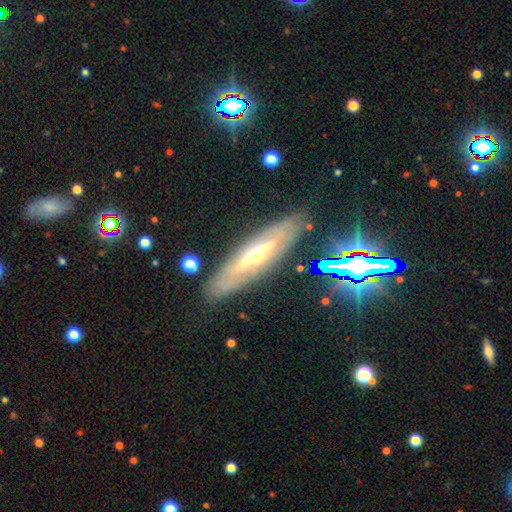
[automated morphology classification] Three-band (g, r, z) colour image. It shows a featured or disk galaxy (68%) viewed edge-on (57%). Merging: none (82%).